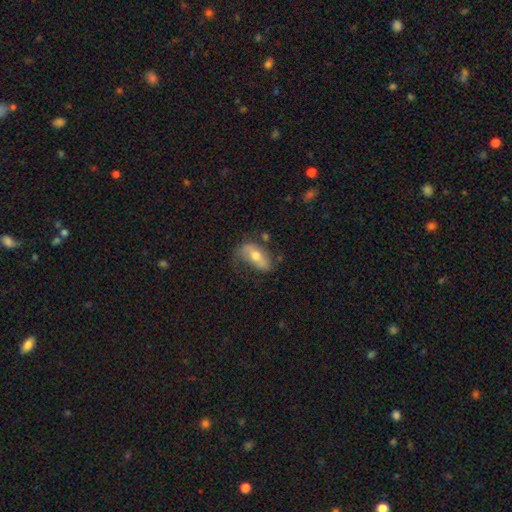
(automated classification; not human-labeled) A smooth galaxy with no disk features (46%, tied with featured or disk).

Vote fractions:
- Smooth or featured? smooth: 46% (tied) / featured or disk: 46% (tied) / star or artifact: 8%
- Merging? none: 51% / minor disturbance: 29% / major disturbance: 17% / merger: 4%